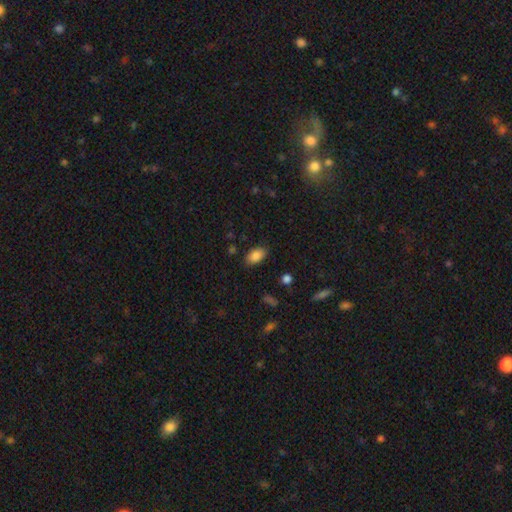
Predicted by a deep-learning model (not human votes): smooth 86%, star or artifact 8%, featured or disk 6%. Down the decision tree: how rounded — in between (92%); merging — none (85%).